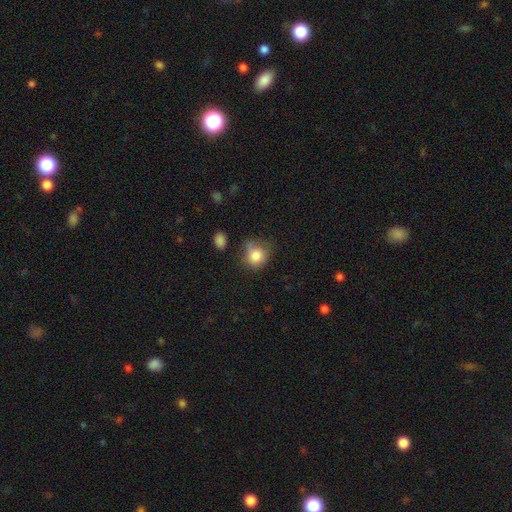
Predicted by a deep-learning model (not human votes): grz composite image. It shows a smooth galaxy with no disk features (83%) that is round (79%). Merging: none (56%).